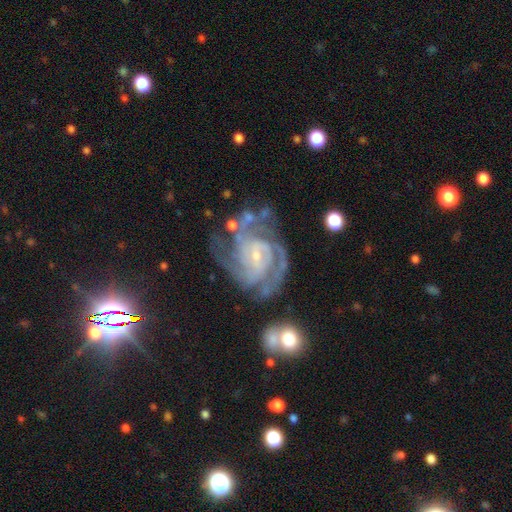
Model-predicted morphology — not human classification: Smooth or featured? featured or disk (90%)
Edge-on disk? no (98%)
Bar? weak (44%)
Spiral arms? yes (98%)
Spiral winding? tight (58%)
Spiral arm count? 3 (31%)
Bulge size? small (76%)
Merging? none (59%)